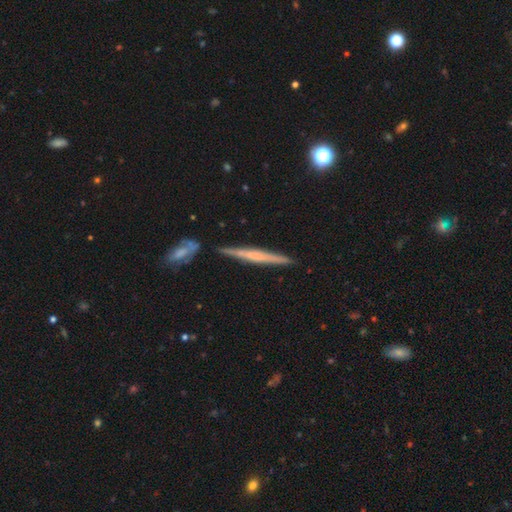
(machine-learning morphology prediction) Smooth or featured: featured or disk — 56% (smooth — 37%)
Edge-on disk: yes — 96% (no — 4%)
Edge-on bulge: none — 64% (rounded — 22%)
Merging: none — 83% (minor disturbance — 9%)